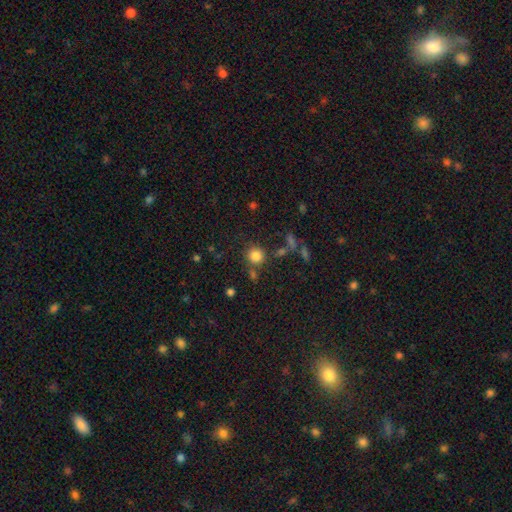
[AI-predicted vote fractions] Smooth or featured?
  - smooth: 82% *
  - star or artifact: 12%
  - featured or disk: 6%
How rounded?
  - round: 90% *
  - in between: 9%
  - cigar-shaped: 1%
Merging?
  - none: 73% *
  - merger: 11%
  - minor disturbance: 10%
  - major disturbance: 5%